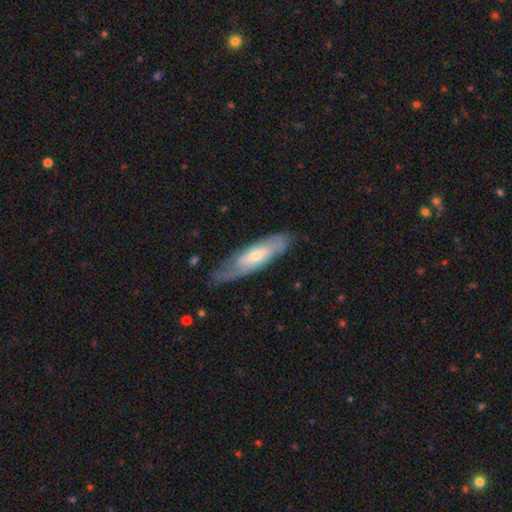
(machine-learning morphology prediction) Q: Smooth or featured?
A: featured or disk (66%); runner-up: smooth (28%)
Q: Edge-on disk?
A: no (70%); runner-up: yes (30%)
Q: Merging?
A: none (70%); runner-up: minor disturbance (21%)